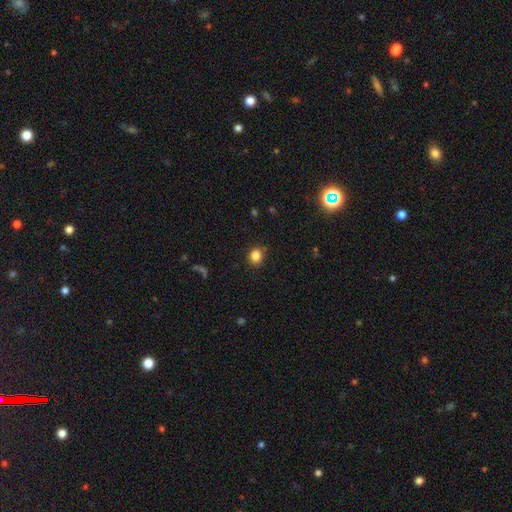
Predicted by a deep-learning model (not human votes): Smooth or featured? smooth (84%)
How rounded? round (76%)
Merging? none (84%)